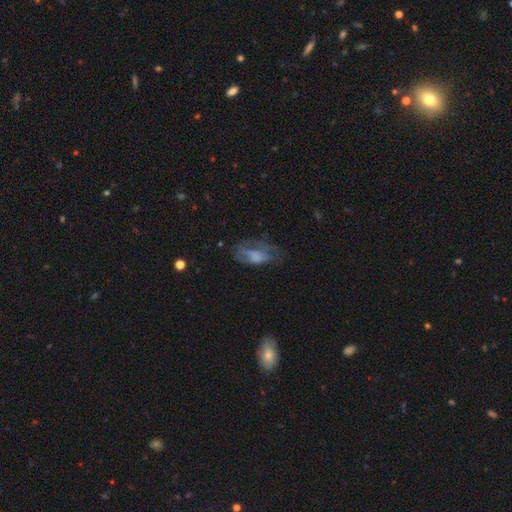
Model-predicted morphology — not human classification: The model was most divided on "merging": major disturbance: 37%, none: 33%, minor disturbance: 27%, merger: 3%. More confident: how rounded — in between (86%); smooth or featured — smooth (52%).